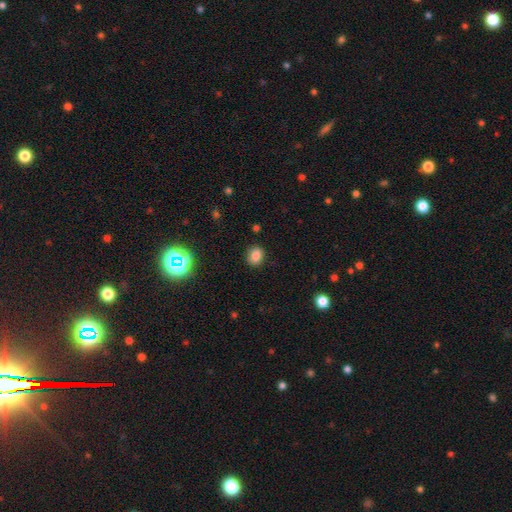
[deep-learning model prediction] The model was most divided on "how rounded": round: 54%, in between: 45%, cigar-shaped: 1%. More confident: merging — none (86%); smooth or featured — smooth (82%).